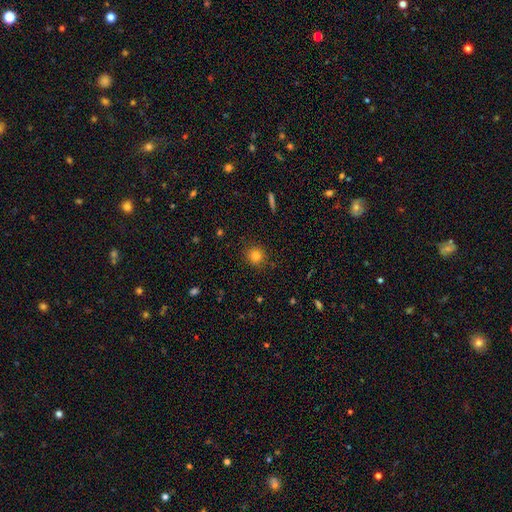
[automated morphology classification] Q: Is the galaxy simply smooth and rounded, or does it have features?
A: smooth — 81%.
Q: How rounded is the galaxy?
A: round — 92%.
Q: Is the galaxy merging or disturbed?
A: none — 89%.